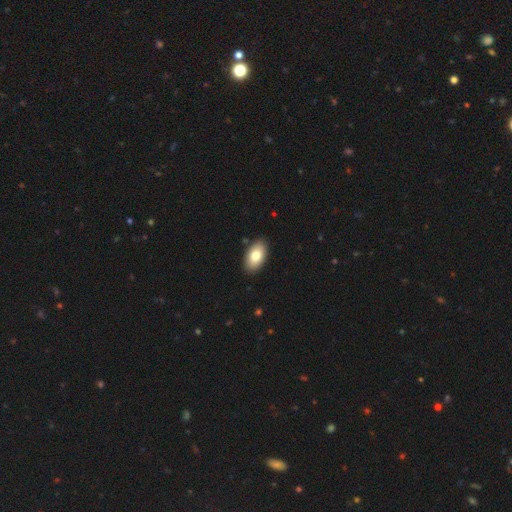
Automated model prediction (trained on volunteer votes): This appears to be a smooth galaxy with no disk features (78%) that is in between round and cigar-shaped (94%). Merging: none (88%).